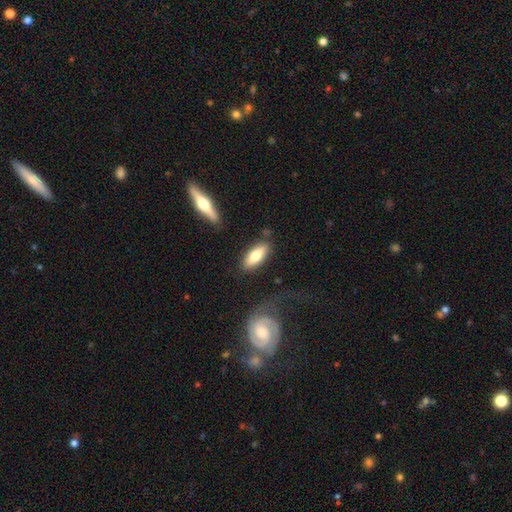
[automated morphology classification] This appears to be a smooth galaxy with no disk features (72%) that is in between round and cigar-shaped (72%). Merging: none (81%).